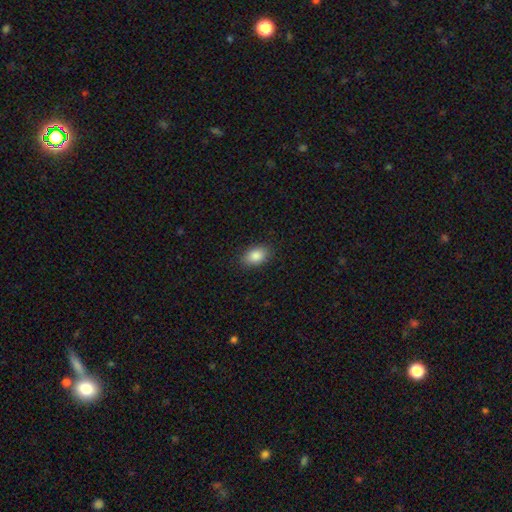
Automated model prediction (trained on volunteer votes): This appears to be a smooth galaxy with no disk features (87%) that is in between round and cigar-shaped (88%). Merging: none (87%).